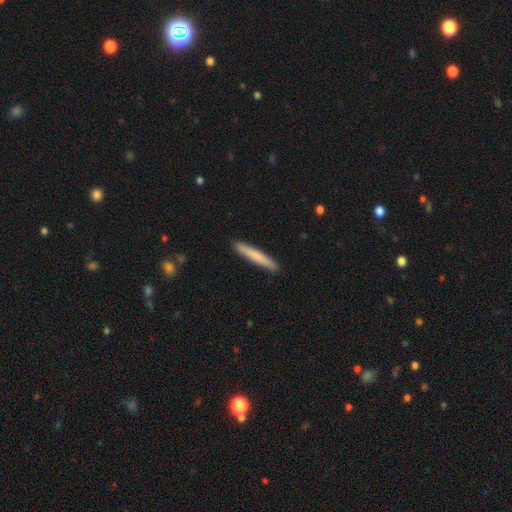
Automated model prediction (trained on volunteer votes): Smooth or featured?
  - smooth: 73% *
  - featured or disk: 22%
  - star or artifact: 5%
How rounded?
  - cigar-shaped: 96% *
  - in between: 3%
  - round: 1%
Merging?
  - none: 90% *
  - minor disturbance: 7%
  - major disturbance: 1%
  - merger: 1%